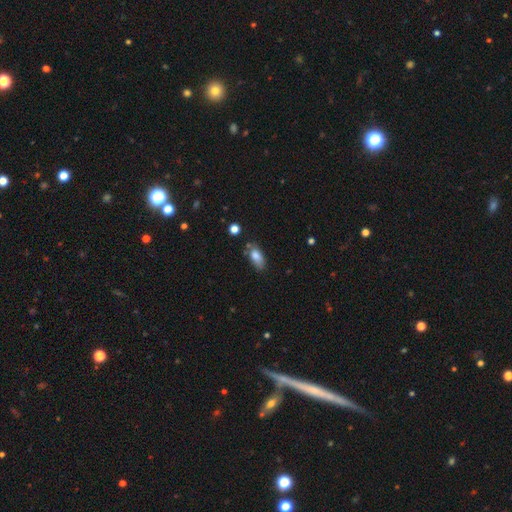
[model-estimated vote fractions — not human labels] Morphology: type=smooth (82%); roundness=in between (87%); merging=none (60%).